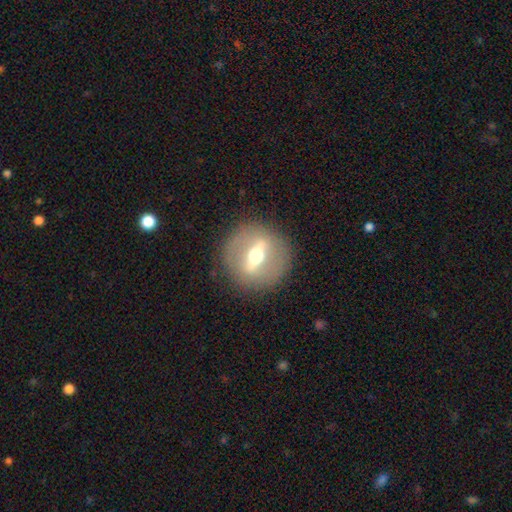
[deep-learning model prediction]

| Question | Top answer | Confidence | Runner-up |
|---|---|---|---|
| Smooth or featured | featured or disk | 67% | smooth (24%) |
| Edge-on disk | no | 71% | yes (29%) |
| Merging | none | 87% | minor disturbance (8%) |